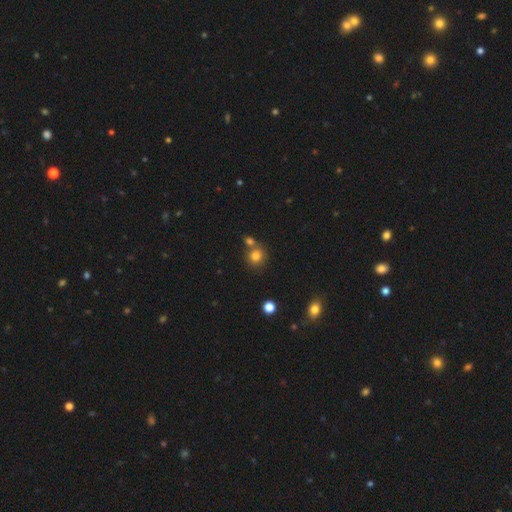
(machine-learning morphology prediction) A smooth galaxy with no disk features (79%) that is round (85%).

Vote fractions:
- Smooth or featured? smooth: 79% / star or artifact: 13% / featured or disk: 8%
- How rounded? round: 85% / in between: 14% / cigar-shaped: 1%
- Merging? none: 60% / merger: 28% / minor disturbance: 9% / major disturbance: 3%